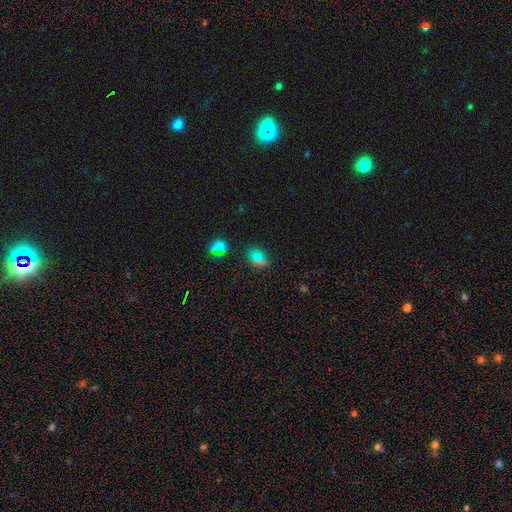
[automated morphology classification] smooth_or_featured: smooth (p=0.61) [alt: star or artifact p=0.33]
how_rounded: round (p=0.49) [alt: in between p=0.46]
merging: none (p=0.81) [alt: minor disturbance p=0.11]